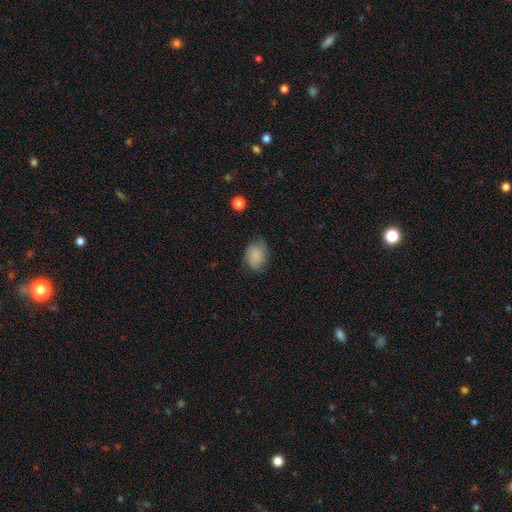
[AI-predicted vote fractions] Morphology: type=smooth (78%); roundness=in between (61%); merging=none (67%).